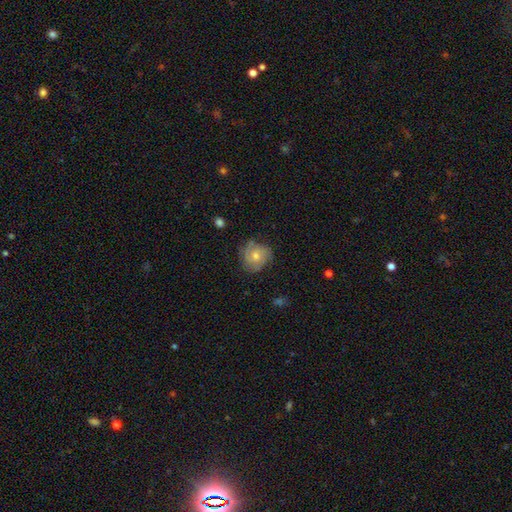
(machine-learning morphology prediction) A featured or disk galaxy (55%) with no bar (79%), spiral arms (83%) and a moderate central bulge (62%).

Vote fractions:
- Smooth or featured? featured or disk: 55% / smooth: 35% / star or artifact: 10%
- Edge-on disk? no: 97% / yes: 3%
- Bar? no: 79% / weak: 18% / strong: 3%
- Spiral arms? yes: 83% / no: 17%
- Bulge size? moderate: 62% / small: 32% / large: 3% / none: 2% / dominant: 1%
- Merging? none: 73% / minor disturbance: 19% / major disturbance: 6% / merger: 1%